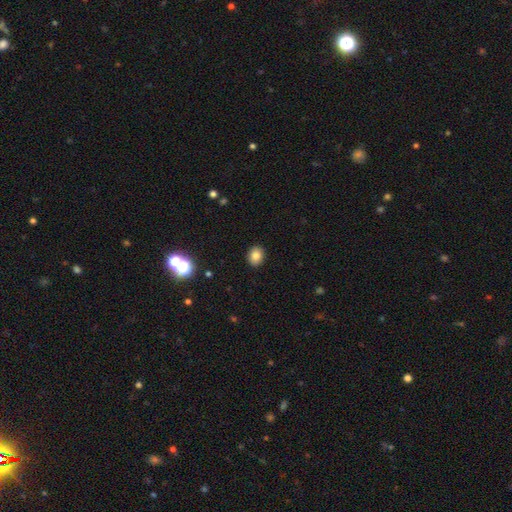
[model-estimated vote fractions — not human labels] smooth_or_featured: smooth (p=0.83) [alt: star or artifact p=0.11]
how_rounded: round (p=0.54) [alt: in between p=0.45]
merging: none (p=0.91) [alt: minor disturbance p=0.06]